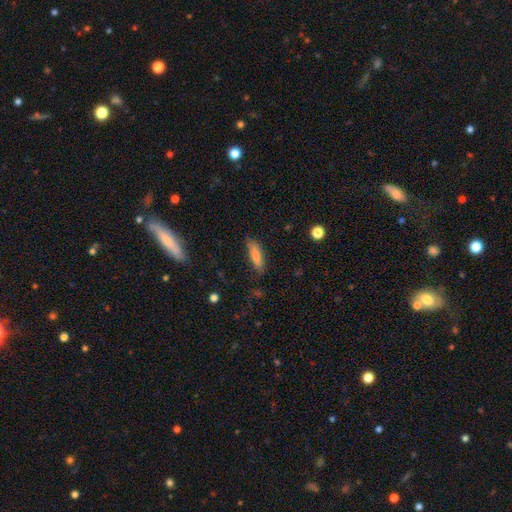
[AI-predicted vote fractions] Smooth or featured? smooth (82%)
How rounded? cigar-shaped (53%)
Merging? none (74%)